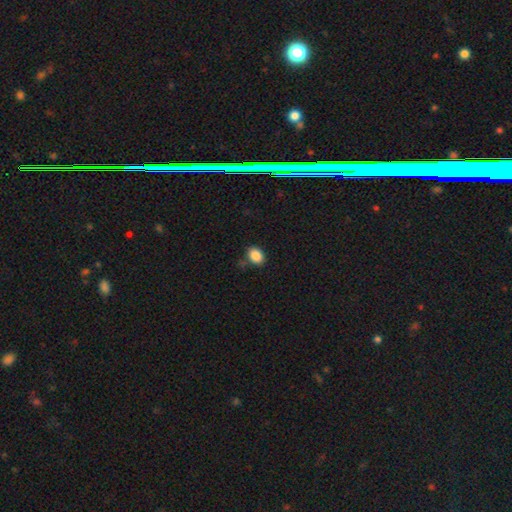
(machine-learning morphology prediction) A smooth galaxy with no disk features (87%) that is in between round and cigar-shaped (73%).

Vote fractions:
- Smooth or featured? smooth: 87% / star or artifact: 9% / featured or disk: 4%
- How rounded? in between: 73% / round: 26% / cigar-shaped: 1%
- Merging? none: 79% / minor disturbance: 13% / merger: 4% / major disturbance: 3%